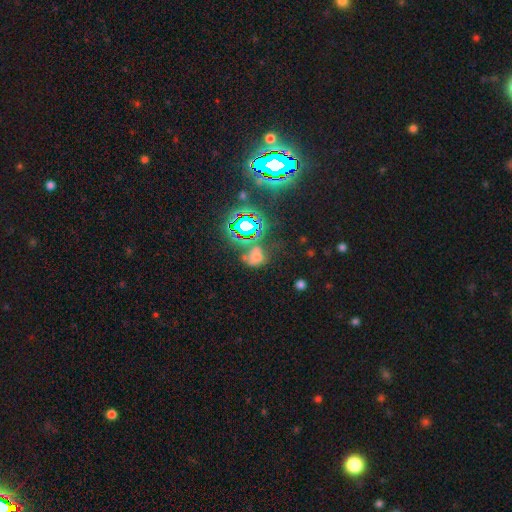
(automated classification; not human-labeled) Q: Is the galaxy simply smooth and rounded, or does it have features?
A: star or artifact — 45%.